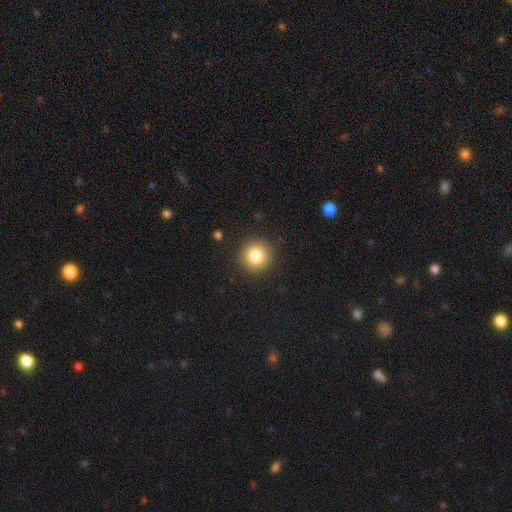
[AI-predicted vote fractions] This is clearly a smooth galaxy (82%). How rounded: clearly round (94%). Merging: clearly none (90%).